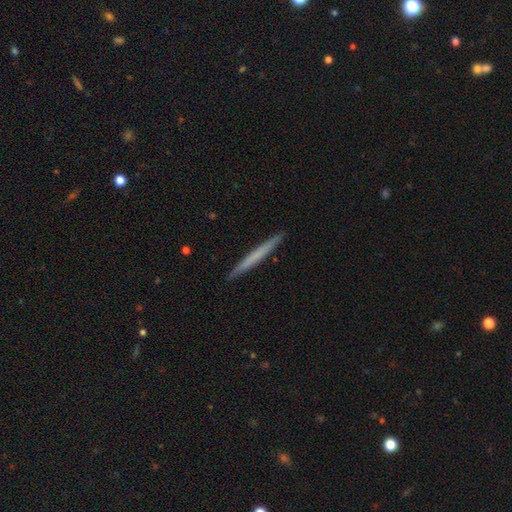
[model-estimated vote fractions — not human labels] smooth_or_featured: smooth (p=0.55) [alt: featured or disk p=0.39]
how_rounded: cigar-shaped (p=0.97) [alt: in between p=0.02]
merging: none (p=0.93) [alt: minor disturbance p=0.05]